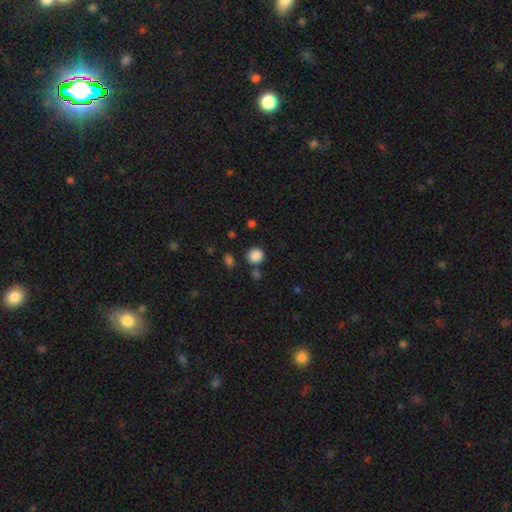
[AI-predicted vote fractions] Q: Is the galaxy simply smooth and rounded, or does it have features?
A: smooth — 87%.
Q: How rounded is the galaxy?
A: round — 91%.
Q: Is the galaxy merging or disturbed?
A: none — 80%.